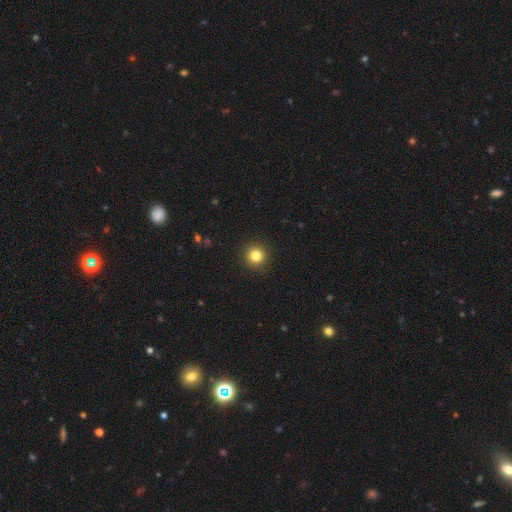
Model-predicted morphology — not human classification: The model was most divided on "smooth or featured": smooth: 82%, star or artifact: 12%, featured or disk: 5%. More confident: how rounded — round (95%); merging — none (93%).